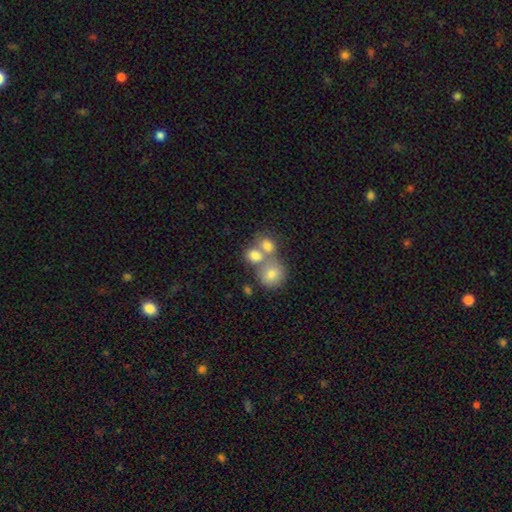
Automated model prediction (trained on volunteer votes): Q: Smooth or featured?
A: smooth (75%); runner-up: featured or disk (14%)
Q: How rounded?
A: round (65%); runner-up: in between (34%)
Q: Merging?
A: merger (54%); runner-up: none (34%)